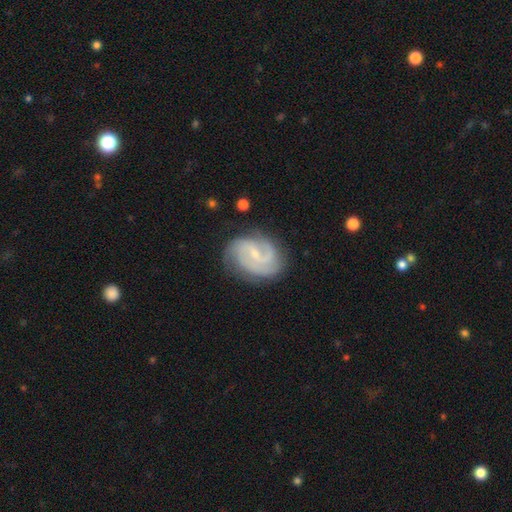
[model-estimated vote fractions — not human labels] Morphology: type=featured or disk (86%); edge-on=no (98%); bar=weak (51%); spiral arms=yes (97%); winding=medium (45%); arm count=2 (40%); bulge=small (72%); merging=none (75%).